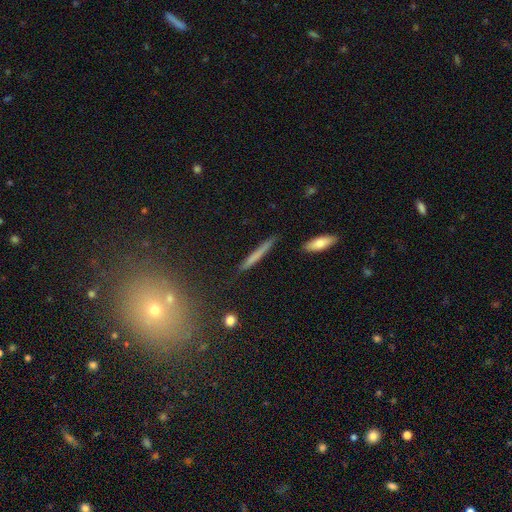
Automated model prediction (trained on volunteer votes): Q: Smooth or featured?
A: smooth (65%); runner-up: featured or disk (28%)
Q: How rounded?
A: cigar-shaped (95%); runner-up: in between (3%)
Q: Merging?
A: none (86%); runner-up: minor disturbance (10%)